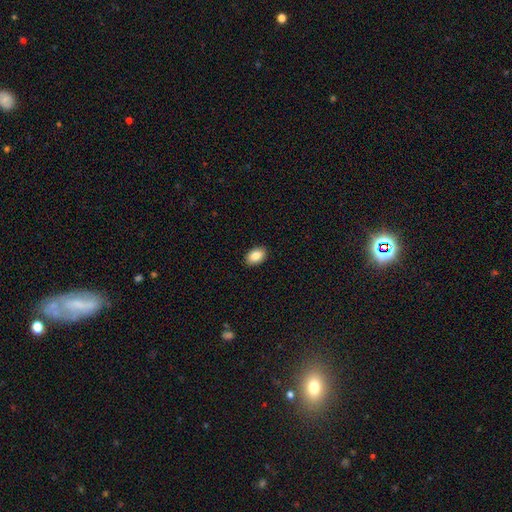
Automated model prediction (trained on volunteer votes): Q: Smooth or featured?
A: smooth (86%); runner-up: star or artifact (7%)
Q: How rounded?
A: in between (88%); runner-up: round (11%)
Q: Merging?
A: none (90%); runner-up: minor disturbance (7%)